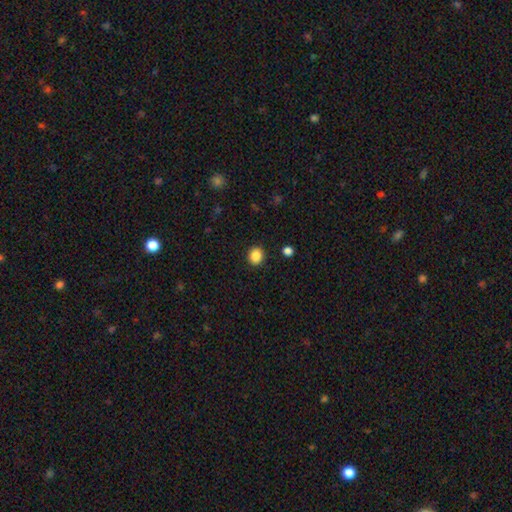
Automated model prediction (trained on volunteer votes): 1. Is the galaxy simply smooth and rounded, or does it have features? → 87% smooth, 10% star or artifact, 3% featured or disk.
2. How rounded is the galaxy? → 80% round, 19% in between, 1% cigar-shaped.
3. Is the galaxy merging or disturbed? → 91% none, 6% minor disturbance, 2% major disturbance, 1% merger.